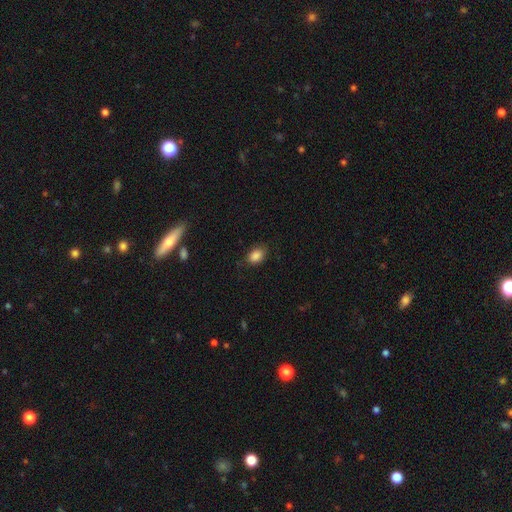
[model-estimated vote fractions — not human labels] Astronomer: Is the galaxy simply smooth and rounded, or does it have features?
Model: smooth — 87%.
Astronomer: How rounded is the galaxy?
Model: in between — 79%.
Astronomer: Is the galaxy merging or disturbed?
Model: none — 79%.